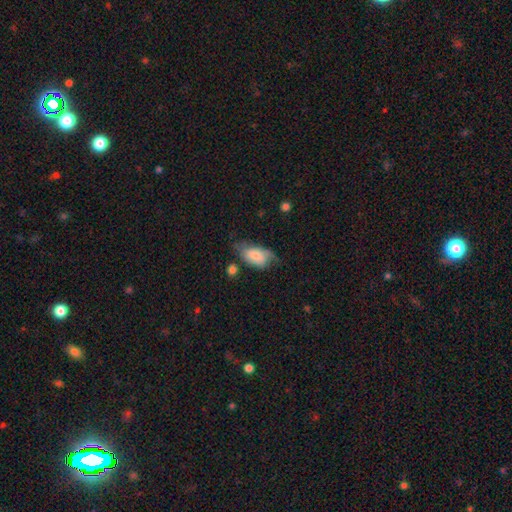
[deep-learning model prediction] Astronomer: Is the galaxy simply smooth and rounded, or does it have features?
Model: smooth — 67%.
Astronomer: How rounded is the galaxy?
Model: in between — 92%.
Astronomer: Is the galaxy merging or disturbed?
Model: none — 44% (runner-up: minor disturbance, 35%).